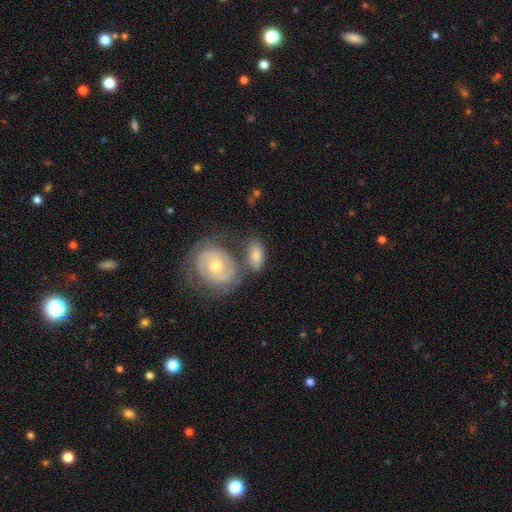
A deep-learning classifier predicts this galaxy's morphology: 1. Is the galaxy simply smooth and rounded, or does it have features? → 61% smooth, 33% featured or disk, 6% star or artifact.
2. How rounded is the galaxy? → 87% in between, 10% round, 3% cigar-shaped.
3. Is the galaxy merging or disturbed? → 53% none, 23% merger, 18% minor disturbance, 7% major disturbance.